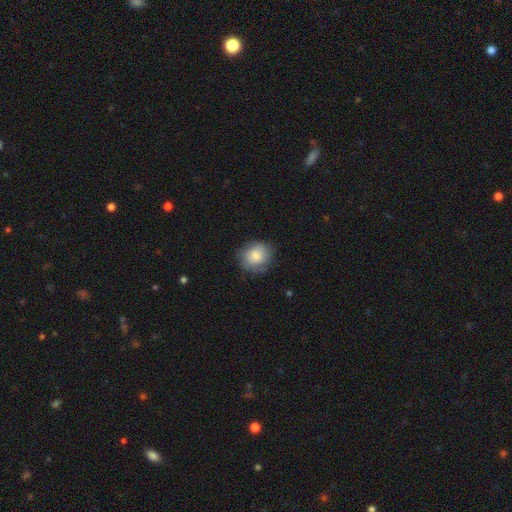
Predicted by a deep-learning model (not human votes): smooth 83%, featured or disk 10%, star or artifact 7%. Down the decision tree: how rounded — round (75%); merging — none (80%).